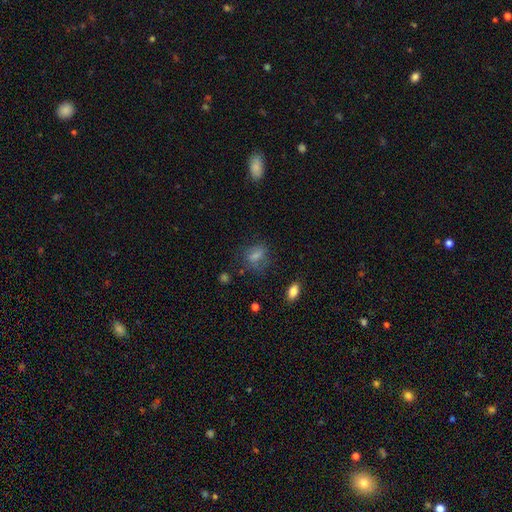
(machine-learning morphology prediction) Q: Smooth or featured?
A: smooth (73%); runner-up: featured or disk (14%)
Q: How rounded?
A: in between (65%); runner-up: round (32%)
Q: Merging?
A: none (57%); runner-up: minor disturbance (24%)